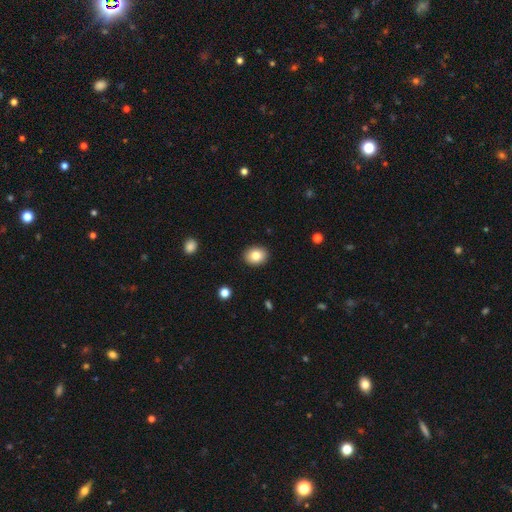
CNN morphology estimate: Smooth or featured?
  - smooth: 83% *
  - star or artifact: 9%
  - featured or disk: 9%
How rounded?
  - round: 57% *
  - in between: 42%
  - cigar-shaped: 1%
Merging?
  - none: 91% *
  - minor disturbance: 6%
  - major disturbance: 2%
  - merger: 1%